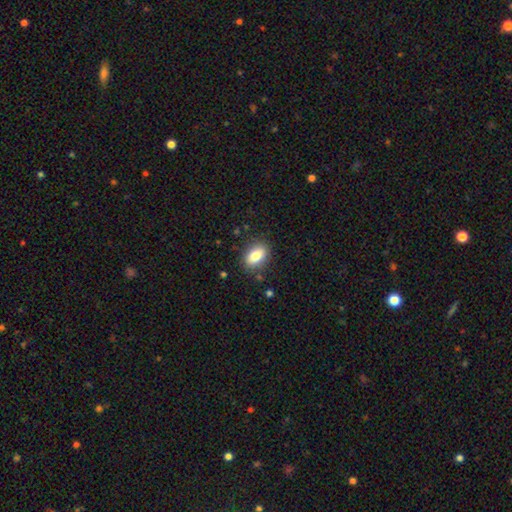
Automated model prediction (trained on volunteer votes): Smooth or featured: smooth — 80% (featured or disk — 12%)
How rounded: in between — 87% (round — 10%)
Merging: none — 85% (minor disturbance — 10%)